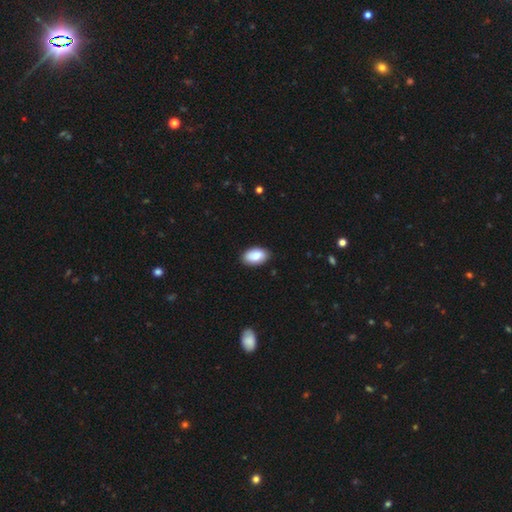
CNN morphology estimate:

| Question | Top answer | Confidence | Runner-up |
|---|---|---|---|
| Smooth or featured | smooth | 87% | featured or disk (6%) |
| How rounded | in between | 94% | round (4%) |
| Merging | none | 88% | minor disturbance (9%) |